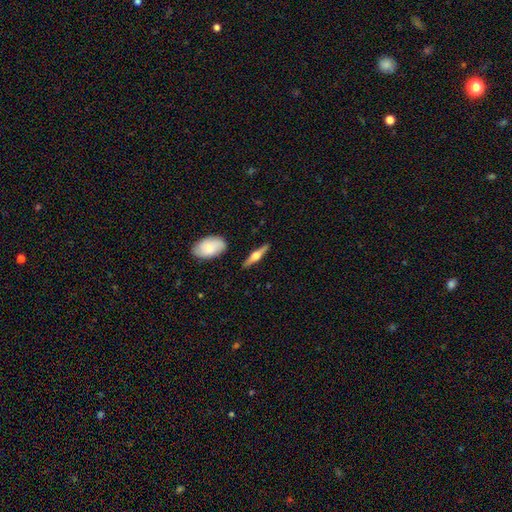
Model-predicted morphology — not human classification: smooth-or-featured: featured or disk: 67% | smooth: 28% | star or artifact: 5%
  disk-edge-on: yes: 96% | no: 4%
    edge-on-bulge: rounded: 94% | boxy: 4% | none: 2%
  merging: none: 87% | minor disturbance: 8% | merger: 2% | major disturbance: 2%